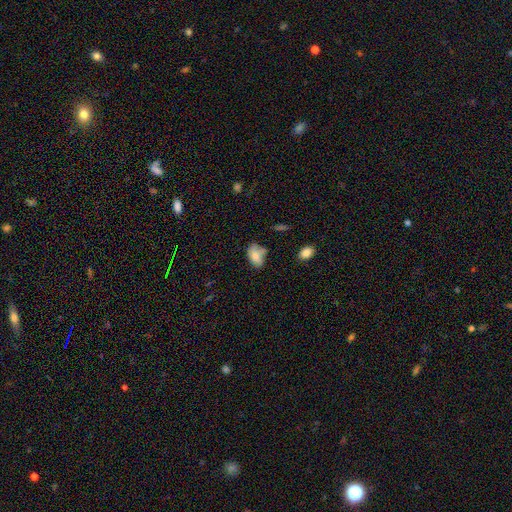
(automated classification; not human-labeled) This is likely a smooth galaxy (77%). How rounded: clearly in between (89%). Merging: possibly none (50%).